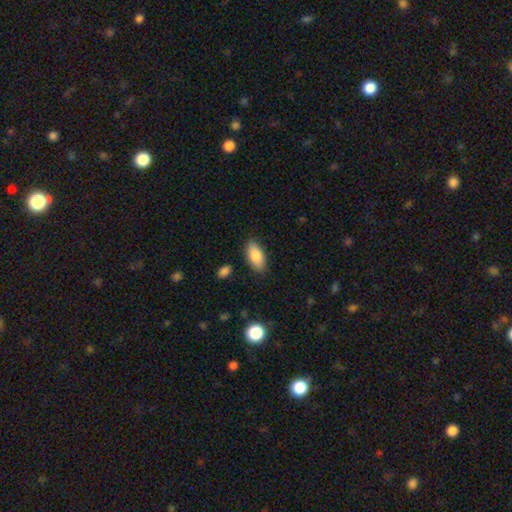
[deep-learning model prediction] This is clearly a smooth galaxy (84%). How rounded: clearly in between (88%). Merging: clearly none (85%).